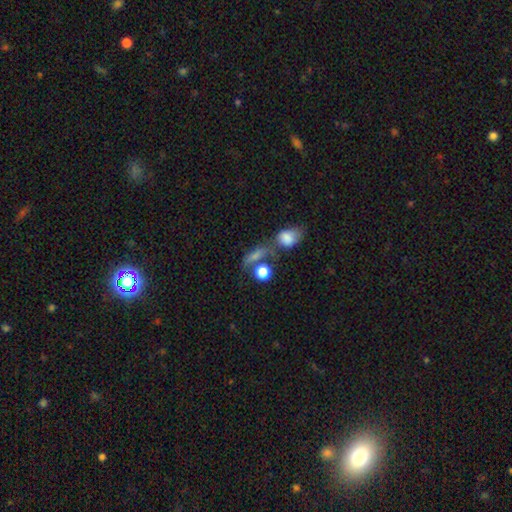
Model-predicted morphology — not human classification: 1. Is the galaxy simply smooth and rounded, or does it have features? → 61% smooth, 21% star or artifact, 18% featured or disk.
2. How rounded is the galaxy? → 47% in between, 34% round, 19% cigar-shaped.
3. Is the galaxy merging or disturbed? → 42% none, 33% merger, 13% minor disturbance, 12% major disturbance.